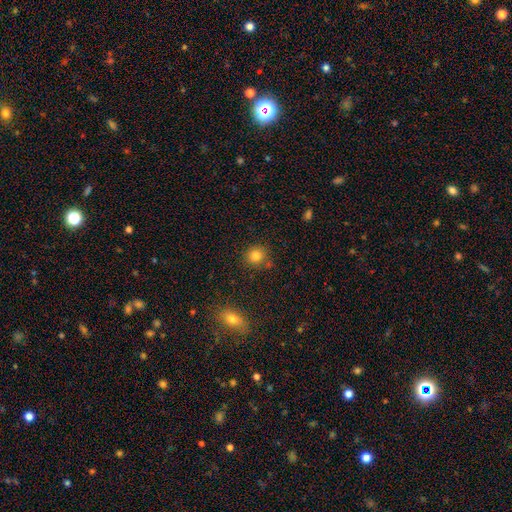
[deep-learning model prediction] Smooth or featured? smooth (82%)
How rounded? round (87%)
Merging? none (80%)